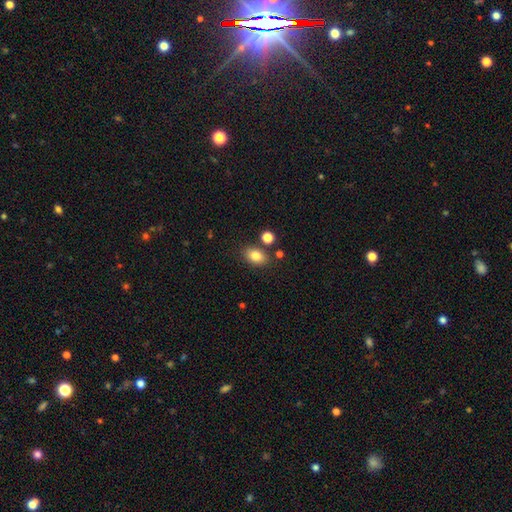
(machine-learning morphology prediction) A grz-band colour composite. It shows a smooth galaxy with no disk features (82%) that is in between round and cigar-shaped (79%). Merging: none (79%).